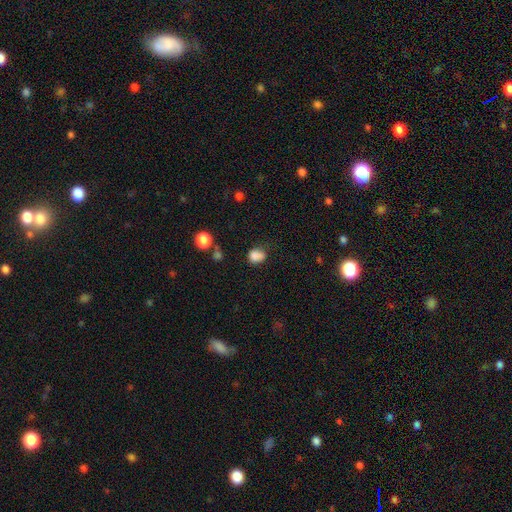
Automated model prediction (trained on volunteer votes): smooth_or_featured: smooth (p=0.82) [alt: star or artifact p=0.11]
how_rounded: round (p=0.53) [alt: in between p=0.46]
merging: none (p=0.53) [alt: minor disturbance p=0.28]